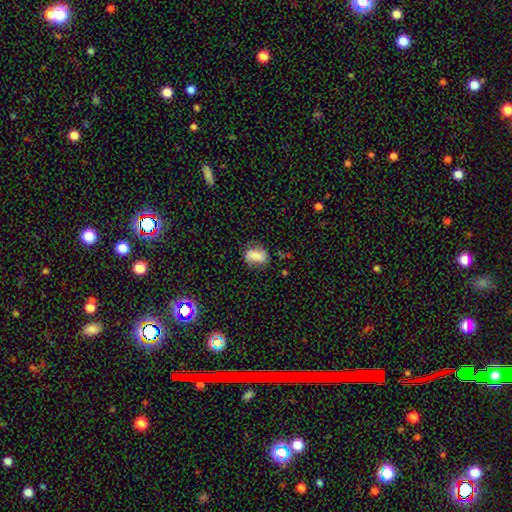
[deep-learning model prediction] Smooth or featured? smooth (64%)
How rounded? in between (78%)
Merging? none (64%)